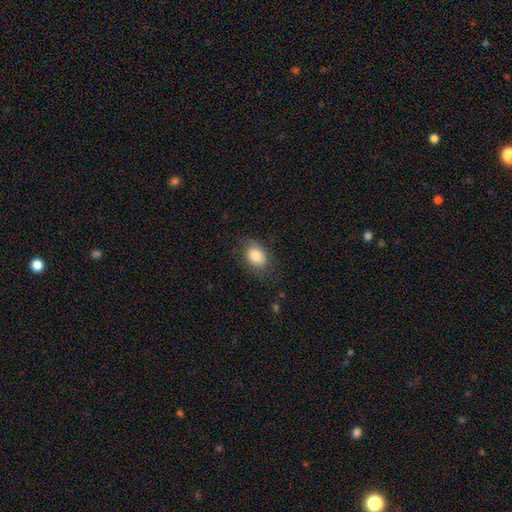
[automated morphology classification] A smooth galaxy with no disk features (80%) that is in between round and cigar-shaped (83%).

Vote fractions:
- Smooth or featured? smooth: 80% / featured or disk: 12% / star or artifact: 7%
- How rounded? in between: 83% / round: 15% / cigar-shaped: 1%
- Merging? none: 68% / minor disturbance: 21% / major disturbance: 9% / merger: 1%